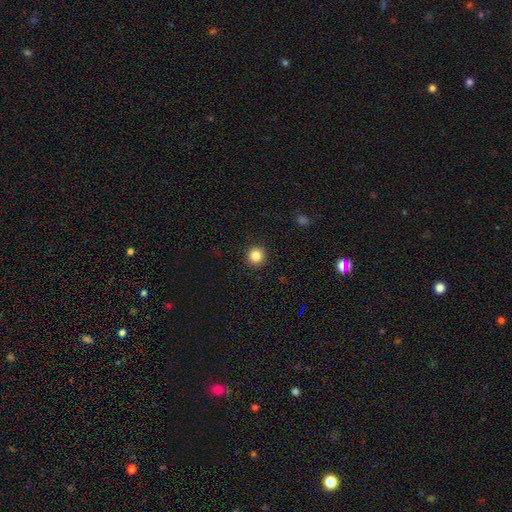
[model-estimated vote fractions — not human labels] Q: Smooth or featured?
A: smooth (86%); runner-up: star or artifact (10%)
Q: How rounded?
A: round (93%); runner-up: in between (6%)
Q: Merging?
A: none (92%); runner-up: minor disturbance (5%)